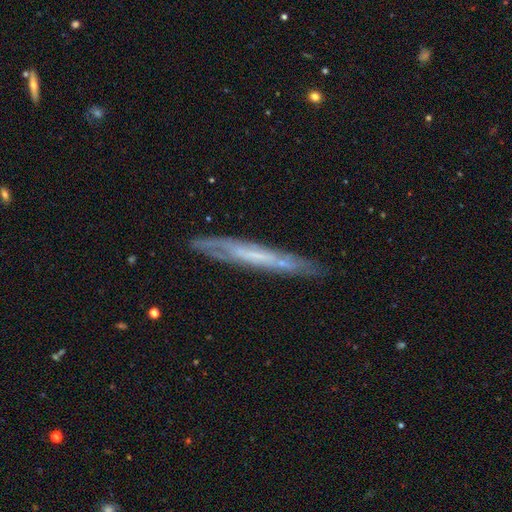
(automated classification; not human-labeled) The model was most divided on "smooth or featured": featured or disk: 63%, smooth: 30%, star or artifact: 8%. More confident: merging — none (76%); edge-on disk — yes (76%).